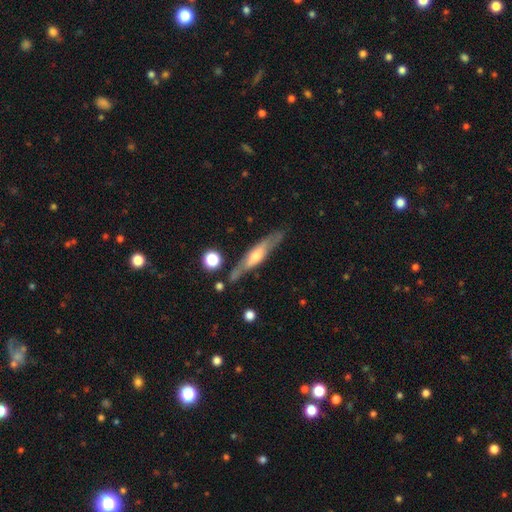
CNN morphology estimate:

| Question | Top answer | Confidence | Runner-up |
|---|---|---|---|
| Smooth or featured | featured or disk | 62% | smooth (32%) |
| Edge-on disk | yes | 86% | no (14%) |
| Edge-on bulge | rounded | 75% | boxy (13%) |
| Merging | none | 77% | minor disturbance (14%) |